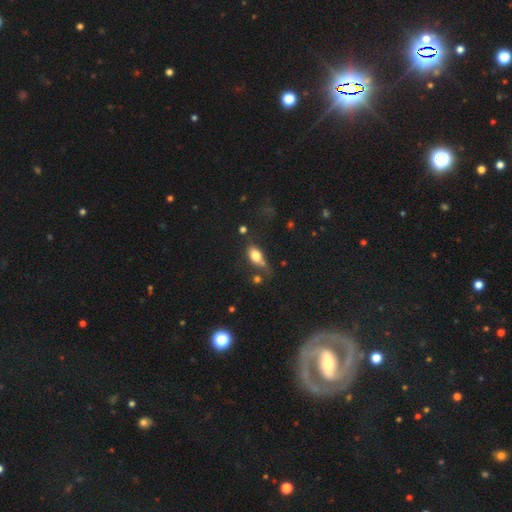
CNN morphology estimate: smooth 74%, featured or disk 16%, star or artifact 10%. Down the decision tree: how rounded — in between (78%); merging — none (44%).